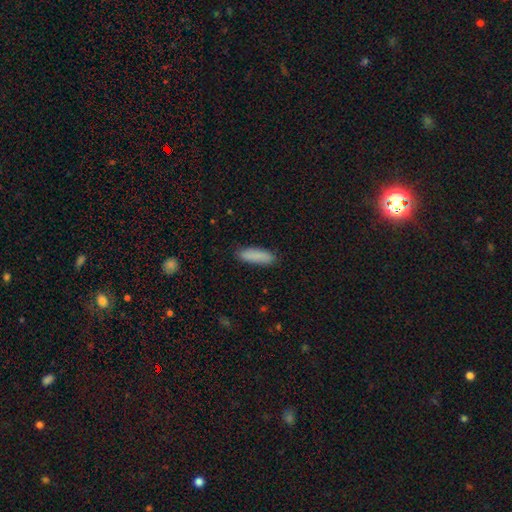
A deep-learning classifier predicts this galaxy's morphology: The model was most divided on "how rounded": cigar-shaped: 58%, in between: 40%, round: 2%. More confident: smooth or featured — smooth (88%); merging — none (87%).